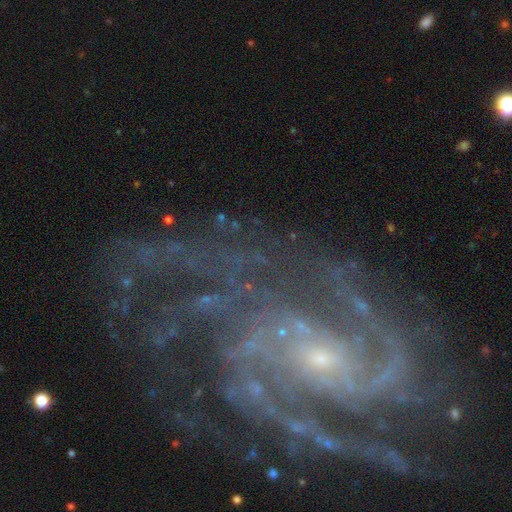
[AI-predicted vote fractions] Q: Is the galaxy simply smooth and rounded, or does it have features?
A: featured or disk — 91%.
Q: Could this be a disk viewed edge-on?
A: no — 98%.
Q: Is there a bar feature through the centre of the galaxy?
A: no — 52%.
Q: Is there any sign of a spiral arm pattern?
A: yes — 98%.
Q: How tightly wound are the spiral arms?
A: tight — 50%.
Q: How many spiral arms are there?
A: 2 — 27%.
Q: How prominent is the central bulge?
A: small — 79%.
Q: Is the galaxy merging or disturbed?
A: none — 67%.